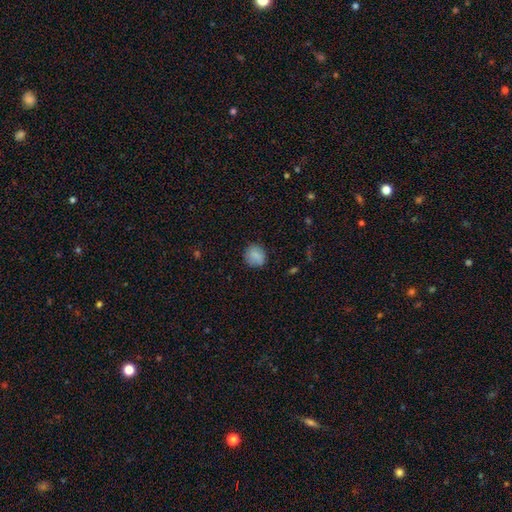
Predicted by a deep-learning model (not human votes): smooth 85%, star or artifact 9%, featured or disk 7%. Down the decision tree: how rounded — round (83%); merging — none (84%).